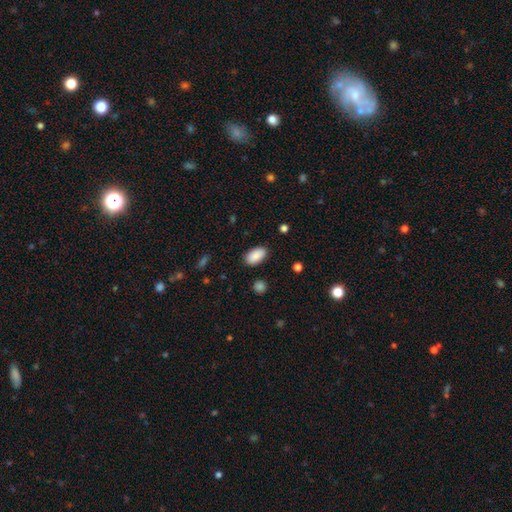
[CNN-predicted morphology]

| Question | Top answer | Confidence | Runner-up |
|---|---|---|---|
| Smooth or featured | smooth | 89% | star or artifact (7%) |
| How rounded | in between | 94% | round (3%) |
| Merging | none | 87% | minor disturbance (9%) |